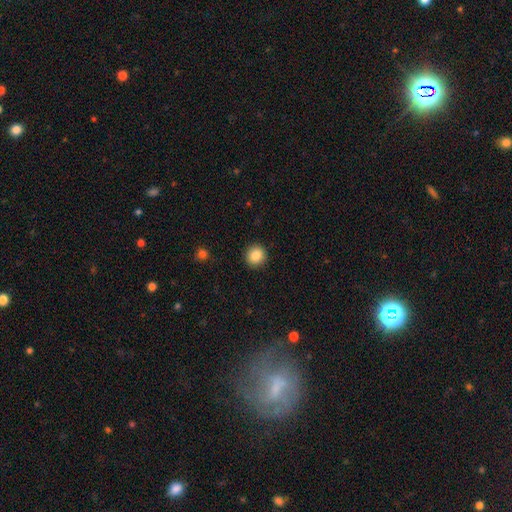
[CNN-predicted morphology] type=smooth (86%); roundness=round (91%); merging=none (91%).